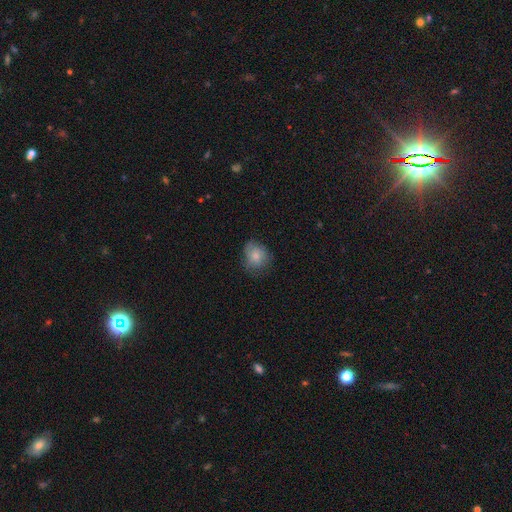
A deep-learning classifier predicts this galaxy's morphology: This appears to be a smooth galaxy with no disk features (73%) that is round (64%). Merging: none (60%).